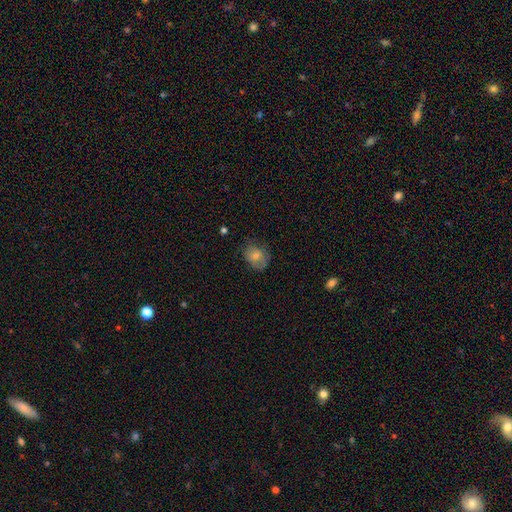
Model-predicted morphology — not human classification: This appears to be a smooth galaxy with no disk features (76%) that is in between round and cigar-shaped (51%). Merging: none (60%).